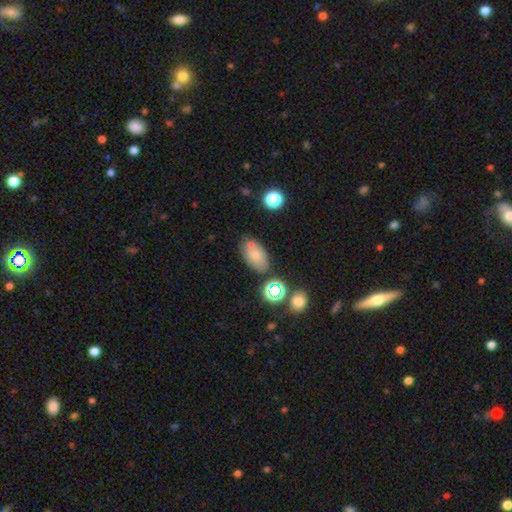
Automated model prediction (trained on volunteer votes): The model was most divided on "merging": none: 65%, minor disturbance: 18%, merger: 12%, major disturbance: 5%. More confident: how rounded — in between (91%); smooth or featured — smooth (72%).